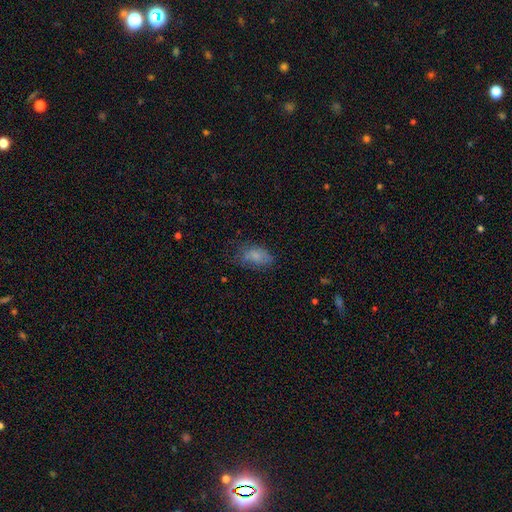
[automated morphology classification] Q: Smooth or featured?
A: smooth (75%); runner-up: featured or disk (14%)
Q: How rounded?
A: in between (89%); runner-up: round (8%)
Q: Merging?
A: none (57%); runner-up: minor disturbance (28%)